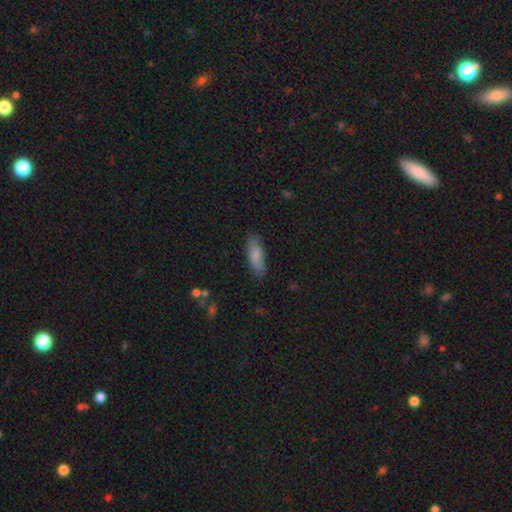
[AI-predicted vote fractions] Q: Smooth or featured?
A: smooth (82%); runner-up: featured or disk (12%)
Q: How rounded?
A: in between (66%); runner-up: cigar-shaped (32%)
Q: Merging?
A: none (77%); runner-up: minor disturbance (18%)